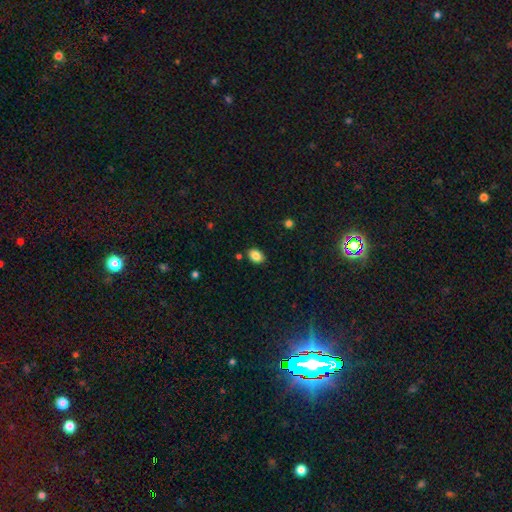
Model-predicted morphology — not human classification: This appears to be a smooth galaxy with no disk features (85%) that is in between round and cigar-shaped (82%). Merging: none (85%).